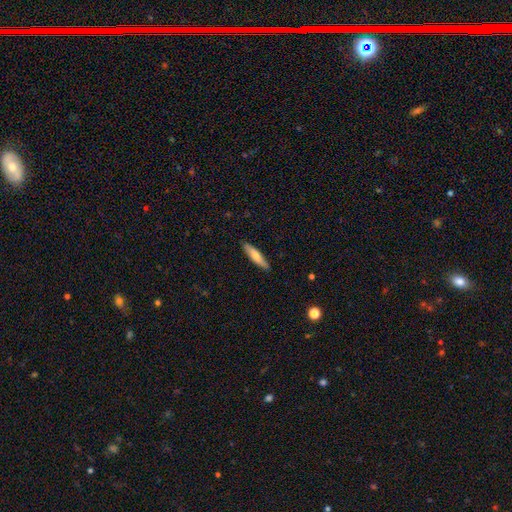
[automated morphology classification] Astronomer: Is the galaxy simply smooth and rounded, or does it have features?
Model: smooth — 67%.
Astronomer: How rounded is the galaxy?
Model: cigar-shaped — 82%.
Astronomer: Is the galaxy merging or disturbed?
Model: none — 89%.